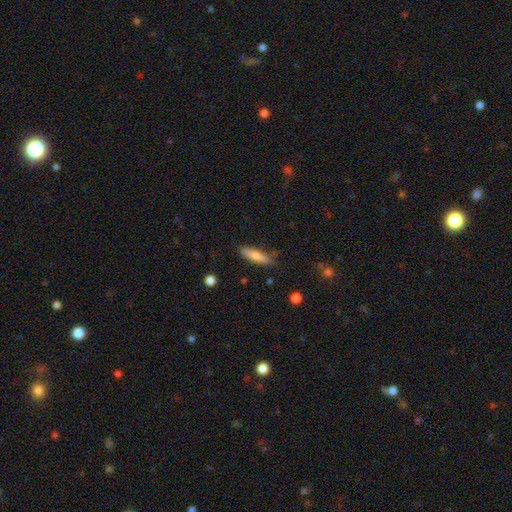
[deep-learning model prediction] A smooth galaxy with no disk features (70%) that is cigar-shaped (72%). Merging: none (81%).